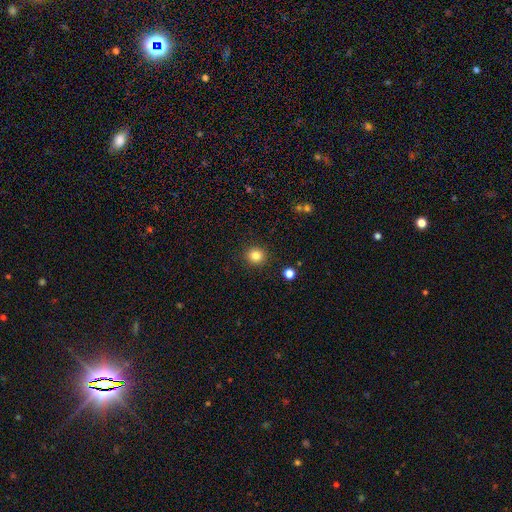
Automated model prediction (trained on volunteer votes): Smooth or featured?
  - smooth: 83% *
  - star or artifact: 12%
  - featured or disk: 5%
How rounded?
  - round: 91% *
  - in between: 8%
  - cigar-shaped: 1%
Merging?
  - none: 91% *
  - minor disturbance: 6%
  - major disturbance: 2%
  - merger: 1%